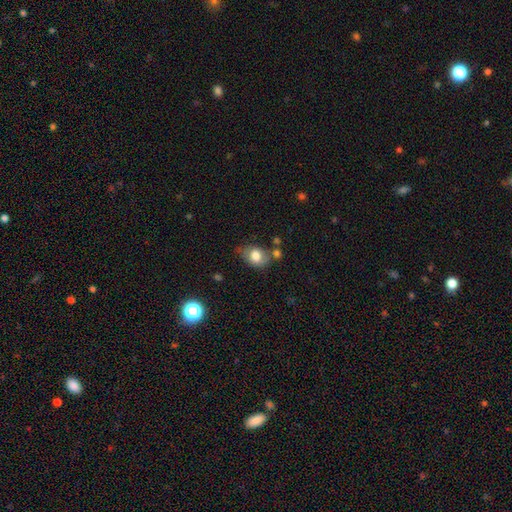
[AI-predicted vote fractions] smooth 78%, featured or disk 14%, star or artifact 9%. Down the decision tree: how rounded — in between (65%); merging — none (53%).